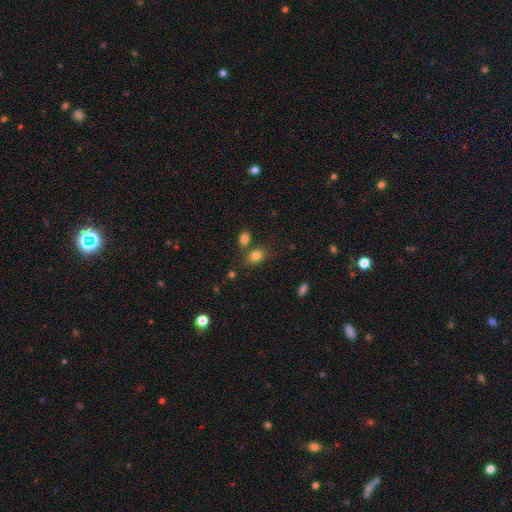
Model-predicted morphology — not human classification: Smooth or featured? Predicted: smooth (p=0.81). How rounded? Predicted: in between (p=0.59). Merging? Predicted: none (p=0.66).